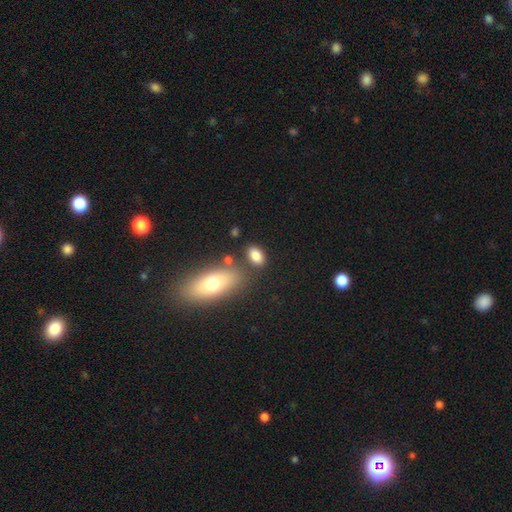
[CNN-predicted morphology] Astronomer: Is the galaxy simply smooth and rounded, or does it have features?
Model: smooth — 83%.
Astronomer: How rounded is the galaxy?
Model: in between — 87%.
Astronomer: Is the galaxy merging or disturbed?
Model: none — 73%.